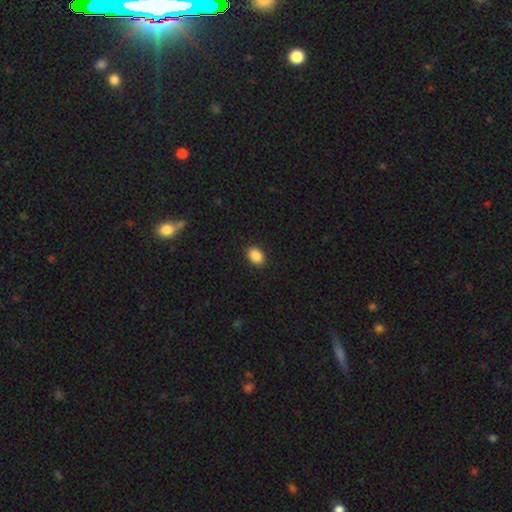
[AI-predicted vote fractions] Smooth or featured: smooth — 89% (star or artifact — 8%)
How rounded: in between — 81% (round — 18%)
Merging: none — 91% (minor disturbance — 7%)